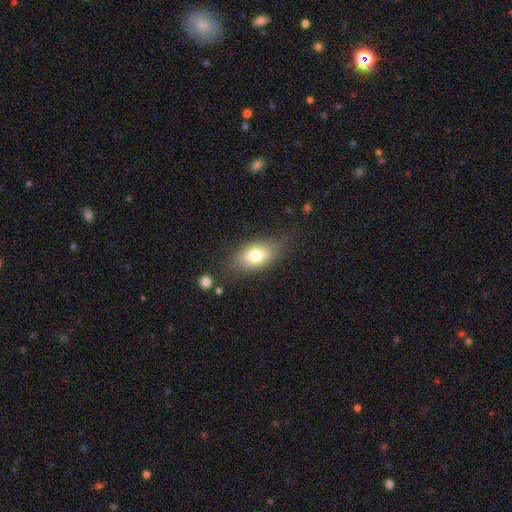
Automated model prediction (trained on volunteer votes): Smooth or featured? smooth (75%)
How rounded? in between (86%)
Merging? none (73%)